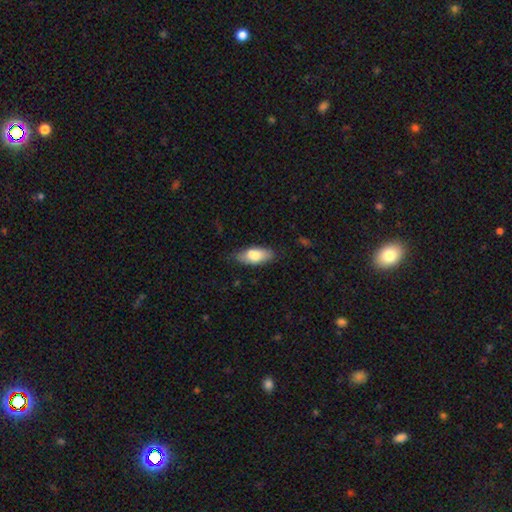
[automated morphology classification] type=smooth (76%); roundness=in between (82%); merging=none (69%).